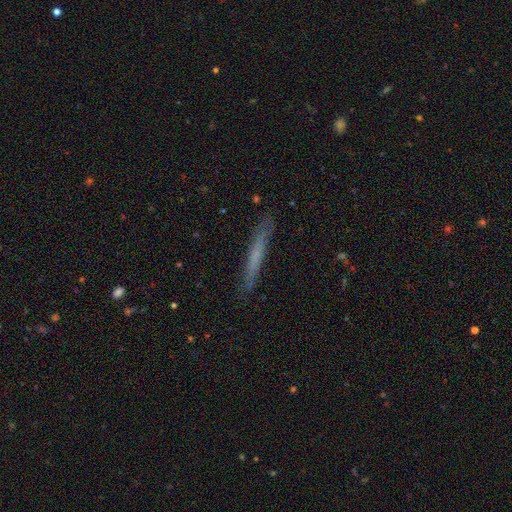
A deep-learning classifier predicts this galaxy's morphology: Q: Smooth or featured?
A: smooth (55%); runner-up: featured or disk (37%)
Q: How rounded?
A: cigar-shaped (96%); runner-up: in between (3%)
Q: Merging?
A: none (87%); runner-up: minor disturbance (10%)